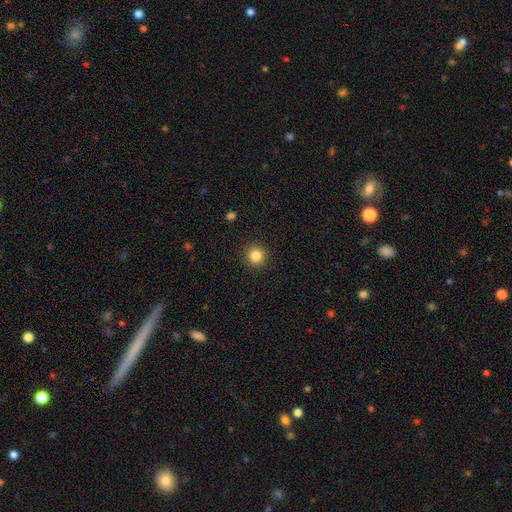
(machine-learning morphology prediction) smooth-or-featured: smooth: 84% | star or artifact: 11% | featured or disk: 5%
  how-rounded: round: 94% | in between: 5% | cigar-shaped: 1%
  merging: none: 92% | minor disturbance: 5% | major disturbance: 2% | merger: 1%